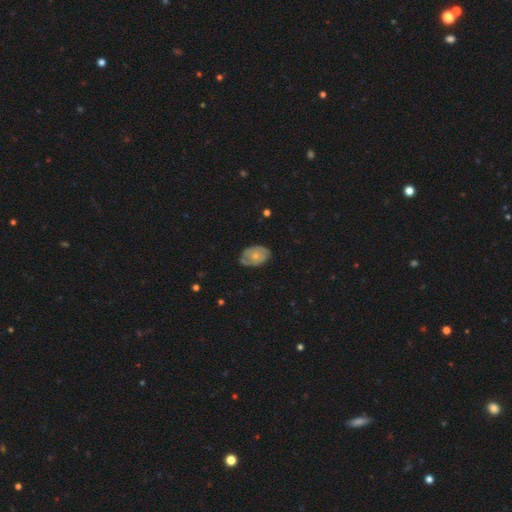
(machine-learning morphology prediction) Overall: smooth (52%; featured or disk 41%). How rounded: in between (83%). Merging: none (64%; minor disturbance 28%).